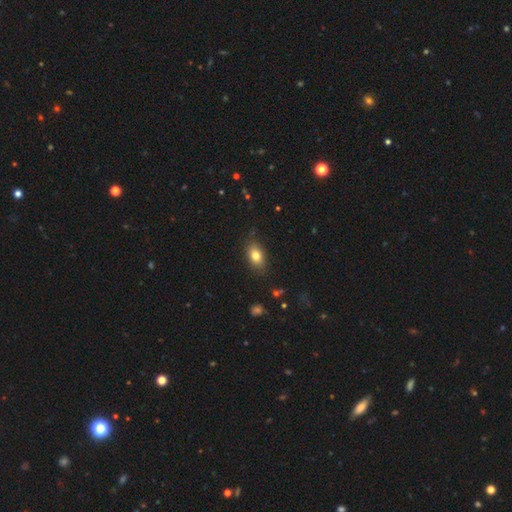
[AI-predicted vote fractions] This is clearly a smooth galaxy (80%). How rounded: clearly in between (84%). Merging: clearly none (82%).